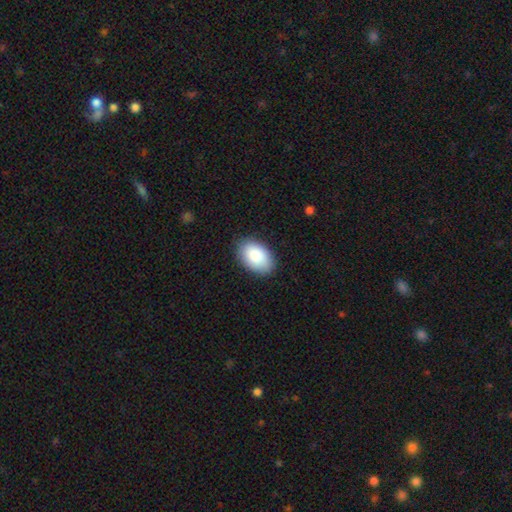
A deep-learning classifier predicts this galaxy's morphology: smooth_or_featured: smooth (p=0.88) [alt: featured or disk p=0.06]
how_rounded: in between (p=0.91) [alt: round p=0.08]
merging: none (p=0.86) [alt: minor disturbance p=0.11]